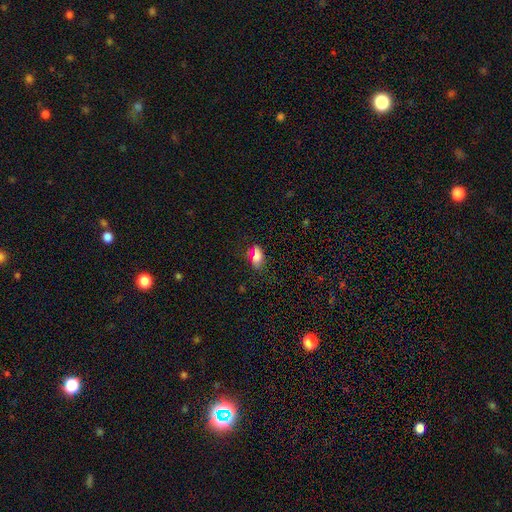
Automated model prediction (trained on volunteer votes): This is likely a smooth galaxy (74%). How rounded: clearly in between (81%). Merging: likely none (64%).